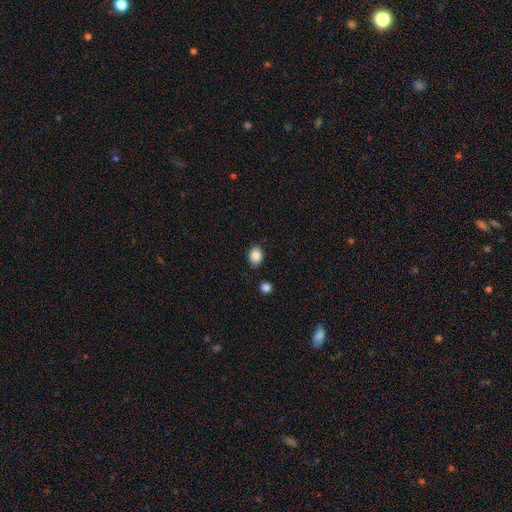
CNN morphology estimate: Smooth or featured? Predicted: smooth (p=0.87). How rounded? Predicted: in between (p=0.67). Merging? Predicted: none (p=0.84).